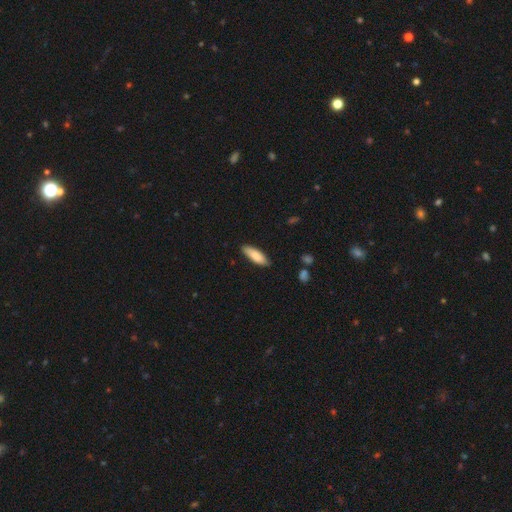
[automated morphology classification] The model was most divided on "how rounded": in between: 53%, cigar-shaped: 46%, round: 2%. More confident: smooth or featured — smooth (84%); merging — none (84%).